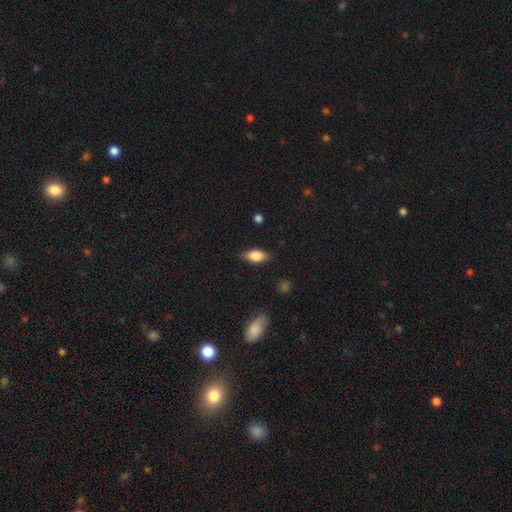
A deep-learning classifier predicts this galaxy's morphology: The model was most divided on "smooth or featured": smooth: 80%, featured or disk: 13%, star or artifact: 7%. More confident: how rounded — in between (87%); merging — none (83%).